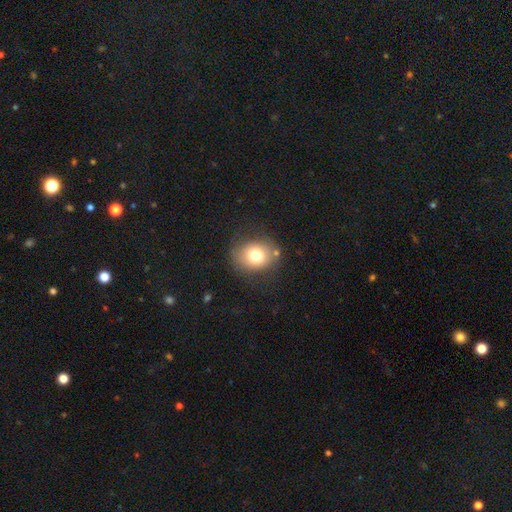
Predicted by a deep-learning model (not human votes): A smooth galaxy with no disk features (74%) that is round (60%).

Vote fractions:
- Smooth or featured? smooth: 74% / featured or disk: 16% / star or artifact: 10%
- How rounded? round: 60% / in between: 40% / cigar-shaped: 1%
- Merging? none: 75% / minor disturbance: 15% / major disturbance: 6% / merger: 4%